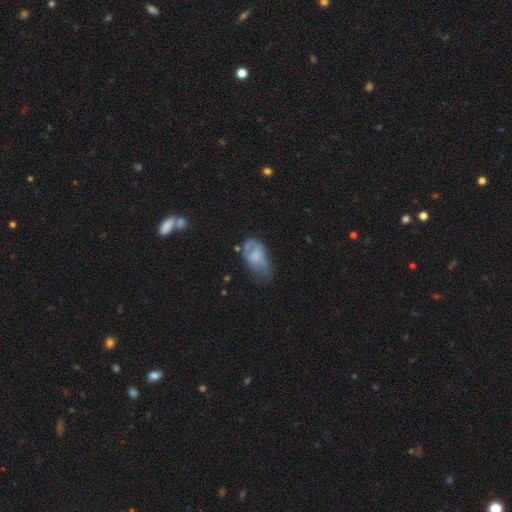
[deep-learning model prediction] The model was most divided on "merging": minor disturbance: 37%, none: 32%, major disturbance: 25%, merger: 6%. More confident: how rounded — in between (91%); smooth or featured — smooth (60%).